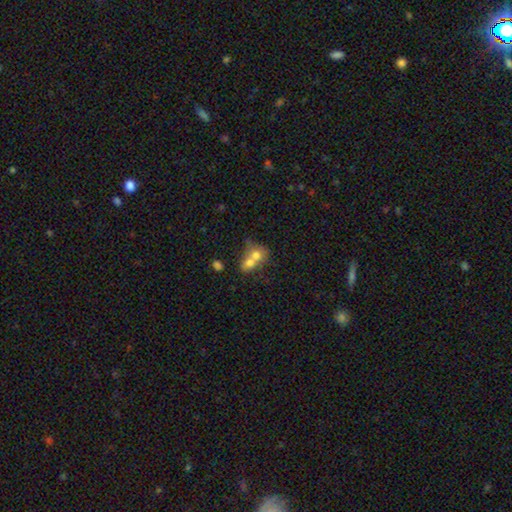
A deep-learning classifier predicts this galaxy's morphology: smooth 69%, featured or disk 21%, star or artifact 10%. Down the decision tree: how rounded — round (54%); merging — merger (75%).